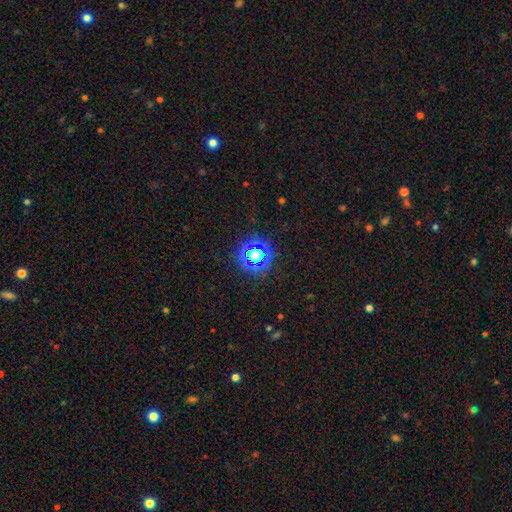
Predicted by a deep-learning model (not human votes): The model was most divided on "smooth or featured": star or artifact: 64%, smooth: 26%, featured or disk: 10%.